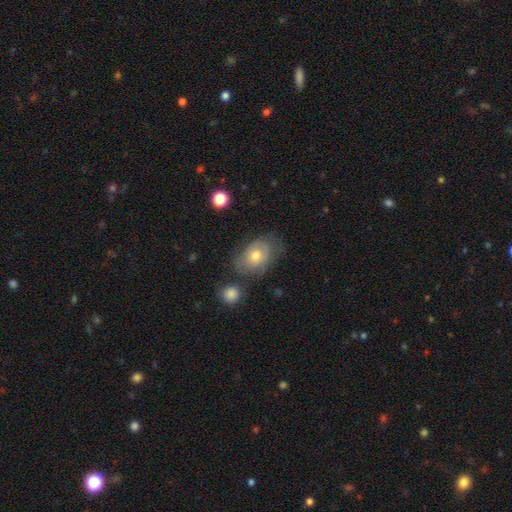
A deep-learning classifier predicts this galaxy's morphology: This appears to be a smooth galaxy with no disk features (57%) that is in between round and cigar-shaped (79%). Merging: none (59%).